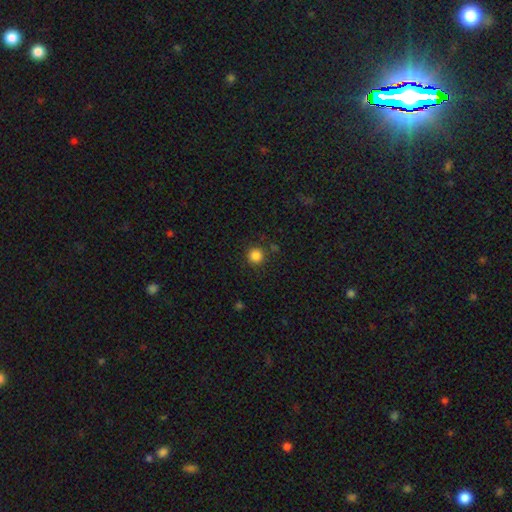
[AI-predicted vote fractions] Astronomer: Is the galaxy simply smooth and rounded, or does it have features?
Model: smooth — 85%.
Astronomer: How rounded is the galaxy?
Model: round — 95%.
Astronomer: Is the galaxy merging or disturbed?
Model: none — 88%.